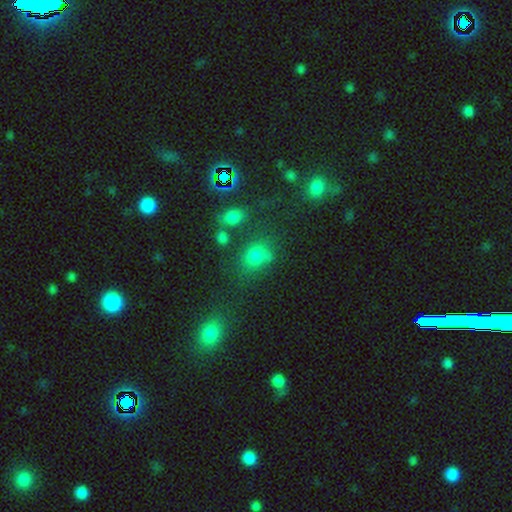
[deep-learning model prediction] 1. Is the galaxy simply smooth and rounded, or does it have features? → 71% smooth, 19% star or artifact, 10% featured or disk.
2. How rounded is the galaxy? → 50% in between, 48% round, 2% cigar-shaped.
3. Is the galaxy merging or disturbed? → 58% none, 18% minor disturbance, 14% merger, 11% major disturbance.